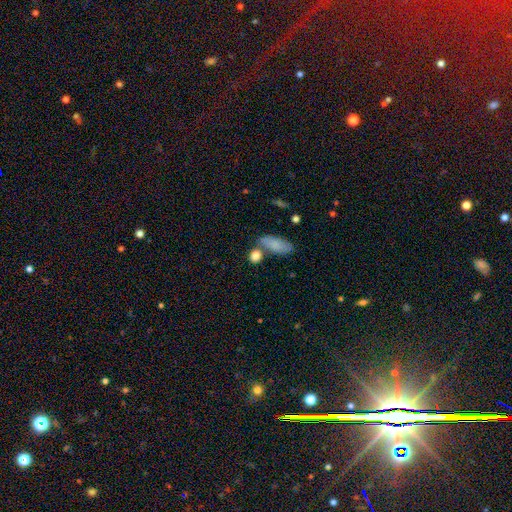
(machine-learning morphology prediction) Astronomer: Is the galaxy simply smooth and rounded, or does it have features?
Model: smooth — 84%.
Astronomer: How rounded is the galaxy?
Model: round — 49% (runner-up: in between, 45%).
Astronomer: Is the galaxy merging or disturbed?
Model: none — 60%.